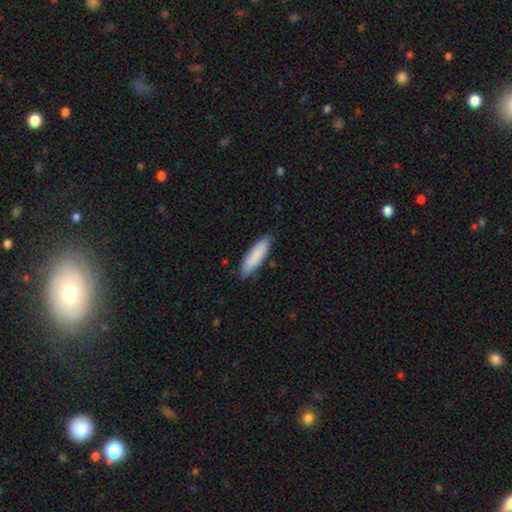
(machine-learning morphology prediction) This is clearly a smooth galaxy (86%). How rounded: likely cigar-shaped (61%). Merging: clearly none (83%).